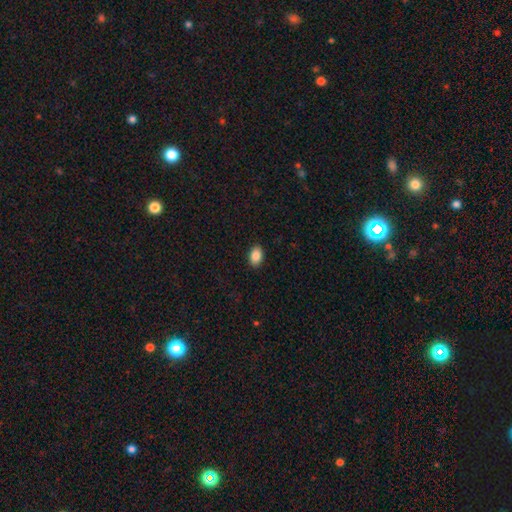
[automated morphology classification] Smooth or featured: smooth — 88% (star or artifact — 8%)
How rounded: in between — 88% (round — 10%)
Merging: none — 89% (minor disturbance — 8%)